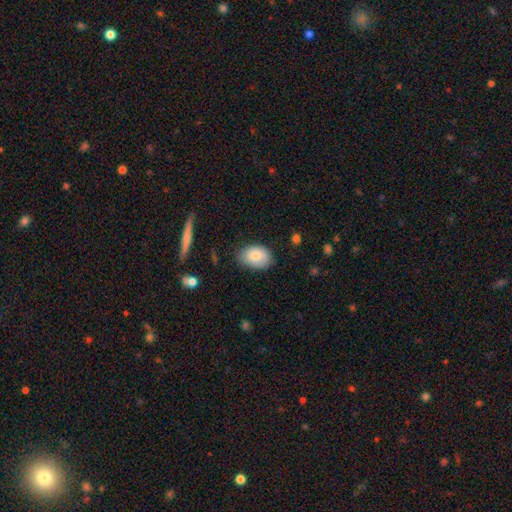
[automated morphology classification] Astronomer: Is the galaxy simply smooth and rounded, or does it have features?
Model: smooth — 80%.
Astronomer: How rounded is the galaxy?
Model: in between — 79%.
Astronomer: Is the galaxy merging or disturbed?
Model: none — 75%.